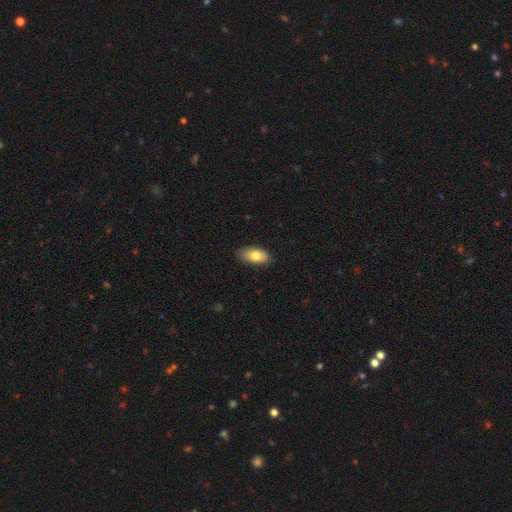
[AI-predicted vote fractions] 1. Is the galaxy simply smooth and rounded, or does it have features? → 76% smooth, 18% featured or disk, 7% star or artifact.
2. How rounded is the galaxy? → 90% in between, 6% cigar-shaped, 4% round.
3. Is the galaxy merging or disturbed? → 83% none, 14% minor disturbance, 2% major disturbance, 1% merger.